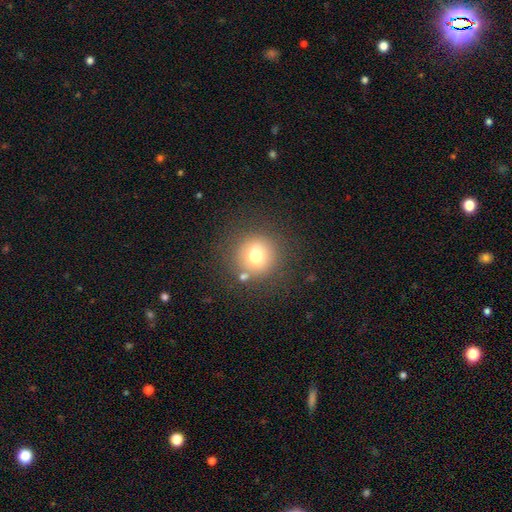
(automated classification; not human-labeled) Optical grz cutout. It shows a smooth galaxy with no disk features (72%) that is round (94%). Merging: none (79%).